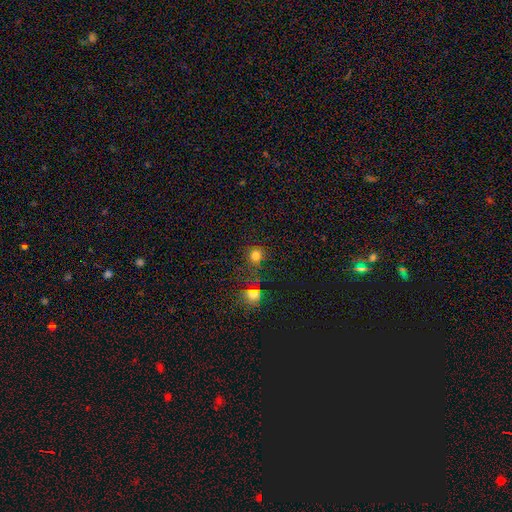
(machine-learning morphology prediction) A smooth galaxy with no disk features (78%) that is round (88%).

Vote fractions:
- Smooth or featured? smooth: 78% / star or artifact: 16% / featured or disk: 6%
- How rounded? round: 88% / in between: 11% / cigar-shaped: 1%
- Merging? none: 70% / merger: 14% / minor disturbance: 11% / major disturbance: 5%